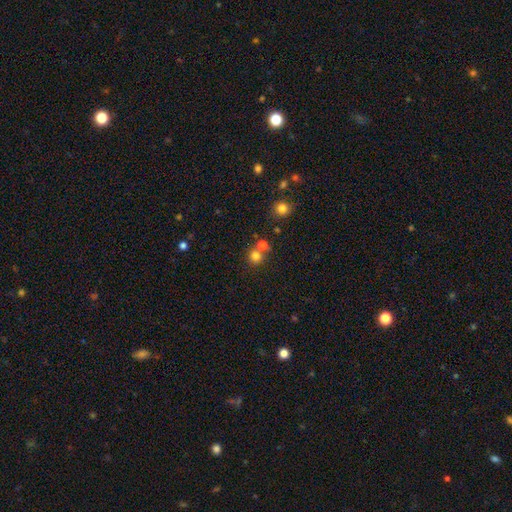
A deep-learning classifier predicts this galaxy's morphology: smooth-or-featured: smooth: 77% | star or artifact: 15% | featured or disk: 8%
  how-rounded: round: 89% | in between: 10% | cigar-shaped: 1%
  merging: none: 60% | merger: 30% | minor disturbance: 7% | major disturbance: 3%